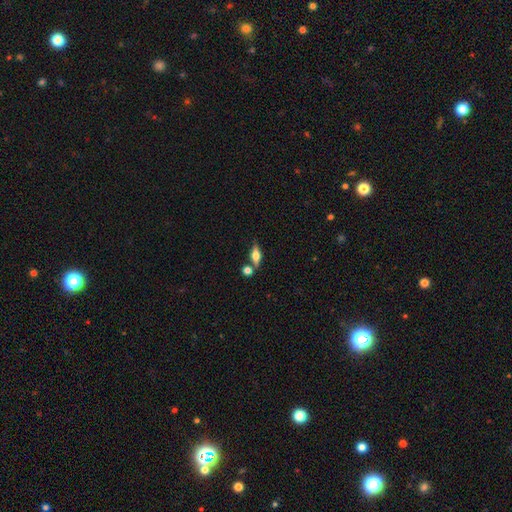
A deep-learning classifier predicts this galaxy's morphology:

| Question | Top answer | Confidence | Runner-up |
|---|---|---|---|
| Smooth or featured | featured or disk | 50% | smooth (42%) |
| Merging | none | 69% | merger (16%) |